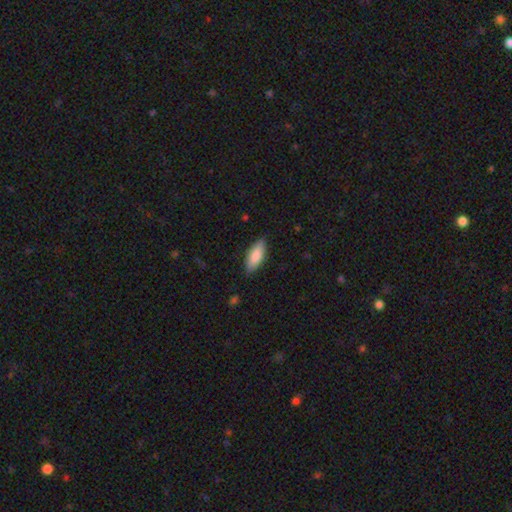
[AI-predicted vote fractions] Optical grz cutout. It shows a smooth galaxy with no disk features (86%) that is in between round and cigar-shaped (80%). Merging: none (83%).